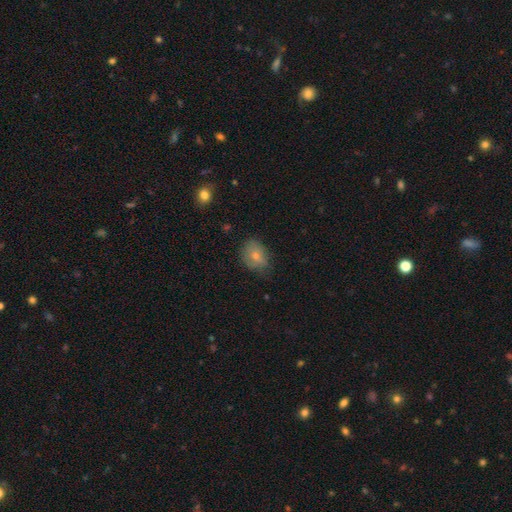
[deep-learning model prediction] Q: Smooth or featured?
A: smooth (75%); runner-up: featured or disk (16%)
Q: How rounded?
A: in between (57%); runner-up: round (42%)
Q: Merging?
A: none (63%); runner-up: minor disturbance (29%)